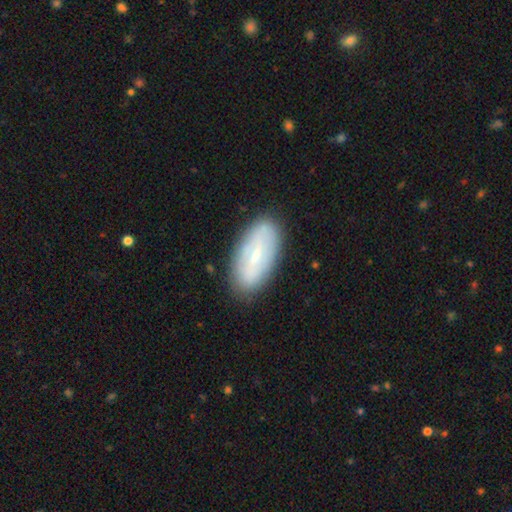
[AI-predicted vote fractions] Smooth or featured?
  - featured or disk: 49% *
  - smooth: 44%
  - star or artifact: 7%
Merging?
  - none: 86% *
  - minor disturbance: 10%
  - major disturbance: 3%
  - merger: 1%